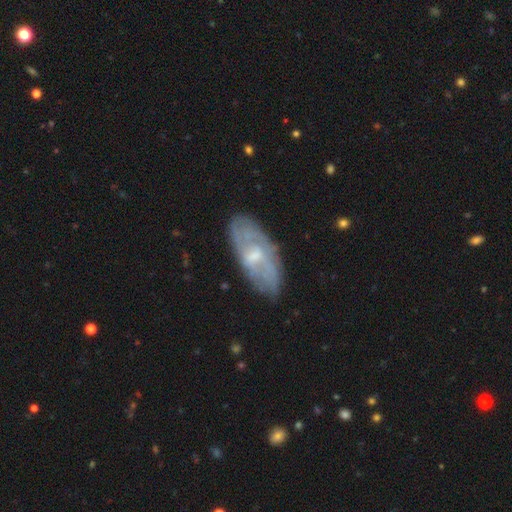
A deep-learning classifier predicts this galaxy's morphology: smooth_or_featured: featured or disk (p=0.61) [alt: smooth p=0.33]
disk_edge_on: no (p=0.87) [alt: yes p=0.13]
bar: weak (p=0.47) [alt: no p=0.43]
has_spiral_arms: yes (p=0.61) [alt: no p=0.39]
bulge_size: moderate (p=0.45) [alt: small p=0.44]
merging: none (p=0.74) [alt: minor disturbance p=0.19]